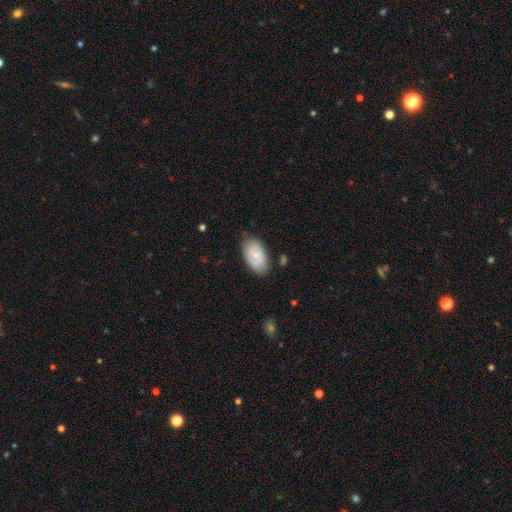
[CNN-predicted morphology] This appears to be a smooth galaxy with no disk features (56%) that is in between round and cigar-shaped (92%). Merging: none (75%).